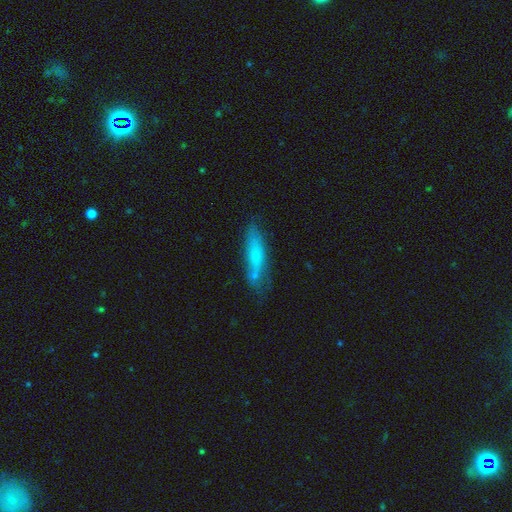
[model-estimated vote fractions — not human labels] Q: Smooth or featured?
A: smooth (68%); runner-up: featured or disk (24%)
Q: How rounded?
A: cigar-shaped (70%); runner-up: in between (28%)
Q: Merging?
A: none (61%); runner-up: minor disturbance (23%)